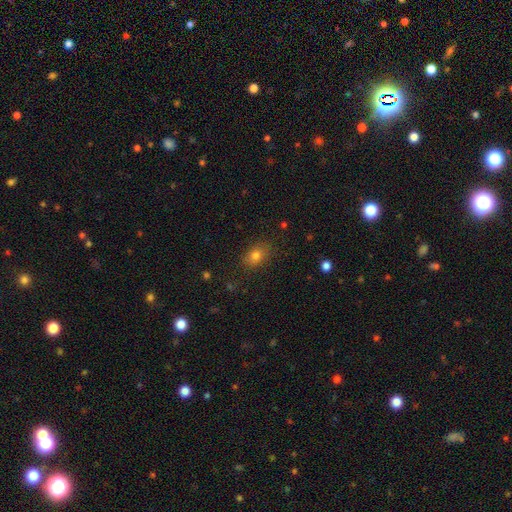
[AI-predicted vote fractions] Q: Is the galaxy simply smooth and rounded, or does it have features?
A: smooth — 78%.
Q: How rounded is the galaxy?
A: in between — 71%.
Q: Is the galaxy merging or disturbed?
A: none — 83%.